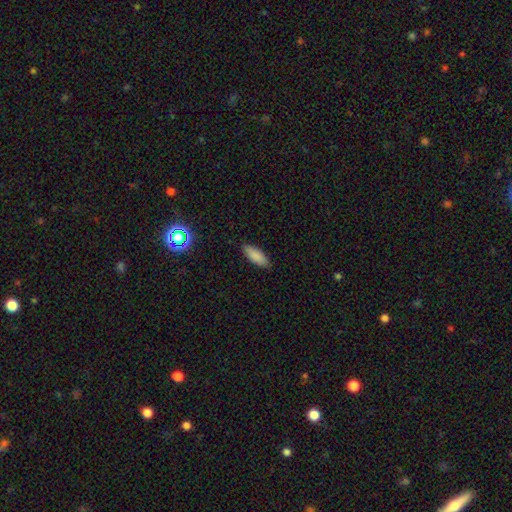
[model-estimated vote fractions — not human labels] Smooth or featured: smooth — 86% (star or artifact — 7%)
How rounded: in between — 75% (cigar-shaped — 24%)
Merging: none — 87% (minor disturbance — 10%)